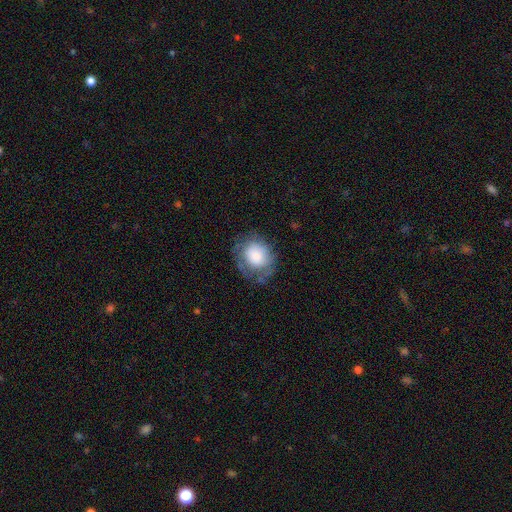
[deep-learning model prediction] smooth_or_featured: smooth (p=0.71) [alt: featured or disk p=0.21]
how_rounded: round (p=0.67) [alt: in between p=0.33]
merging: none (p=0.55) [alt: minor disturbance p=0.27]